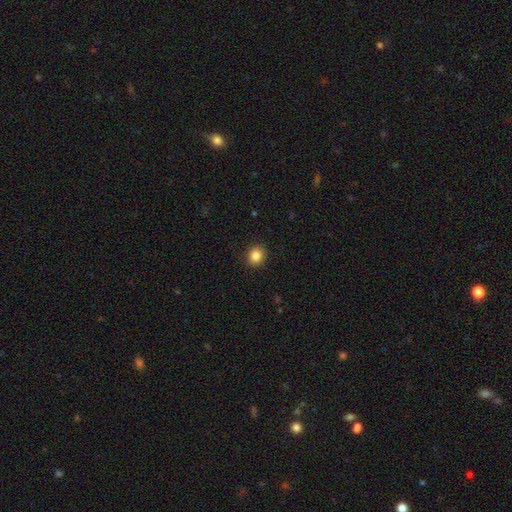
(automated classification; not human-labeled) Morphology: type=smooth (85%); roundness=round (75%); merging=none (91%).